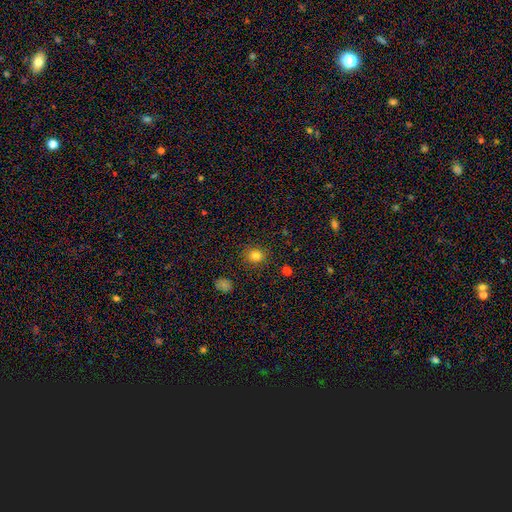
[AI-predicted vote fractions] Smooth or featured? smooth (81%)
How rounded? round (82%)
Merging? none (89%)